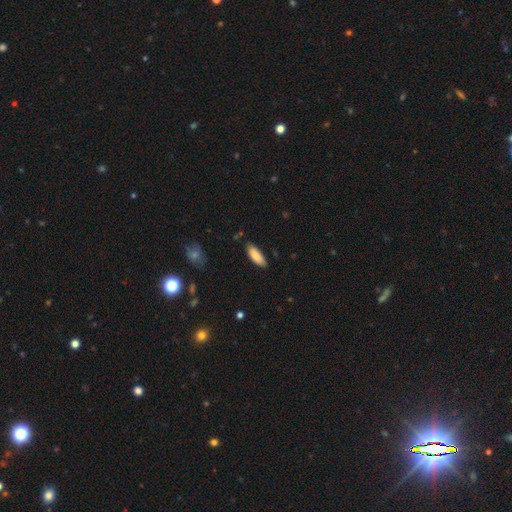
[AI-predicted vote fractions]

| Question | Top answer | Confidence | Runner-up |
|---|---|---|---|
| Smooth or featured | smooth | 85% | featured or disk (8%) |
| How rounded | in between | 71% | cigar-shaped (27%) |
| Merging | none | 83% | minor disturbance (13%) |